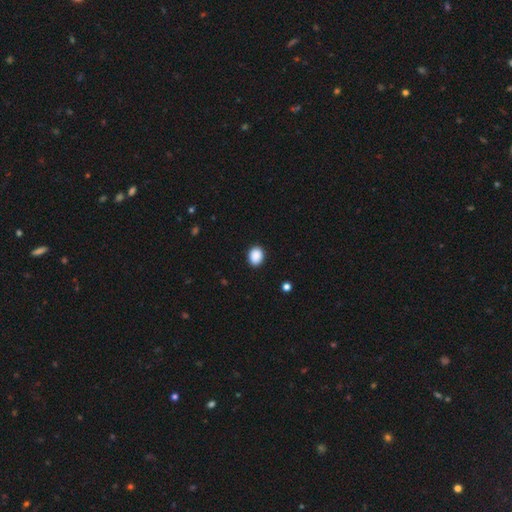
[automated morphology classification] Smooth or featured? smooth (89%)
How rounded? in between (55%)
Merging? none (89%)